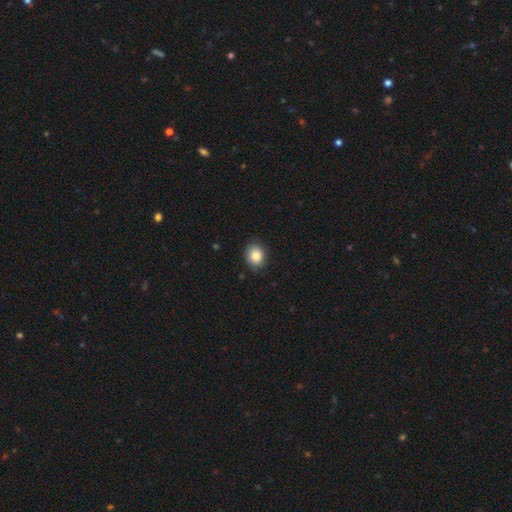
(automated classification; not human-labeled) smooth 86%, star or artifact 8%, featured or disk 6%. Down the decision tree: how rounded — round (56%); merging — none (83%).